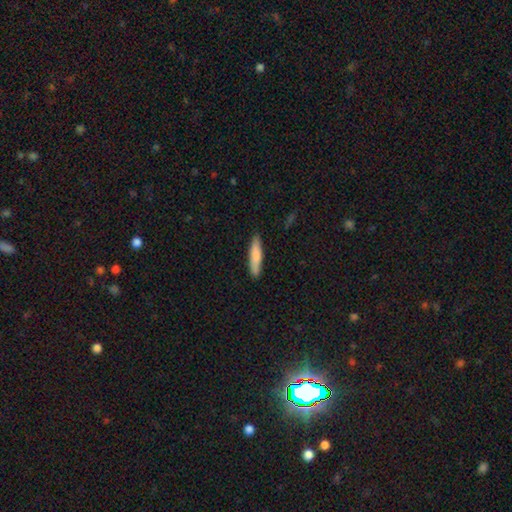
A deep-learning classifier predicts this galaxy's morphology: Smooth or featured: smooth — 82% (featured or disk — 13%)
How rounded: cigar-shaped — 83% (in between — 15%)
Merging: none — 88% (minor disturbance — 9%)